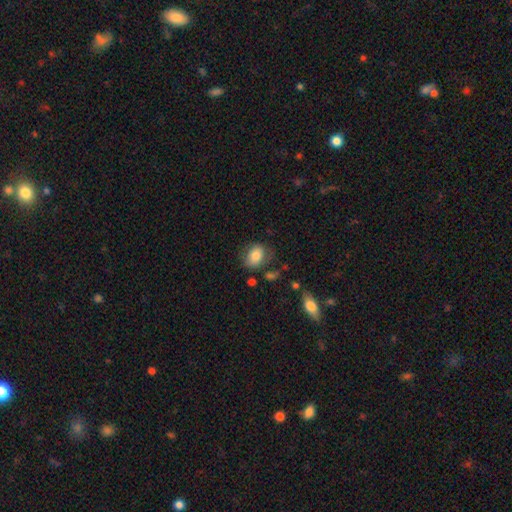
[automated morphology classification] Smooth or featured: smooth — 78% (featured or disk — 14%)
How rounded: in between — 72% (round — 27%)
Merging: none — 65% (minor disturbance — 22%)